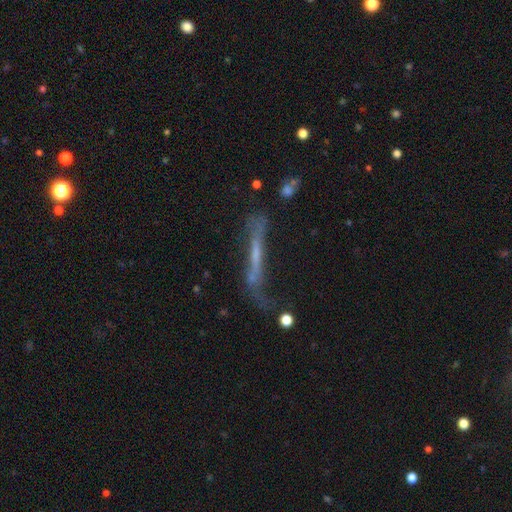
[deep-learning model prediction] Smooth or featured: featured or disk — 59% (smooth — 30%)
Edge-on disk: yes — 72% (no — 28%)
Merging: none — 44% (major disturbance — 24%)